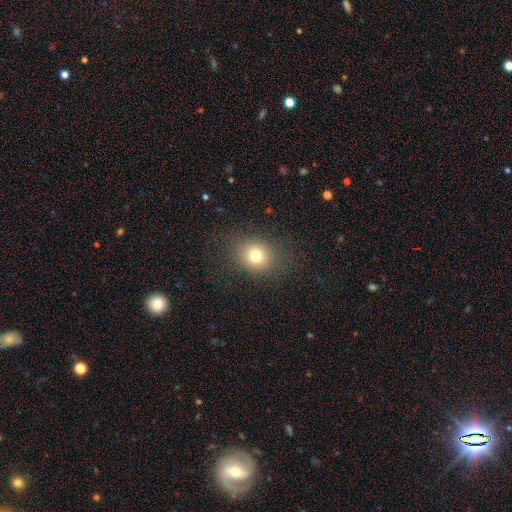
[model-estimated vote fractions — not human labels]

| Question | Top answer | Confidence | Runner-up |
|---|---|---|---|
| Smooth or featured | smooth | 75% | star or artifact (15%) |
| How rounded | round | 65% | in between (34%) |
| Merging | none | 84% | minor disturbance (10%) |